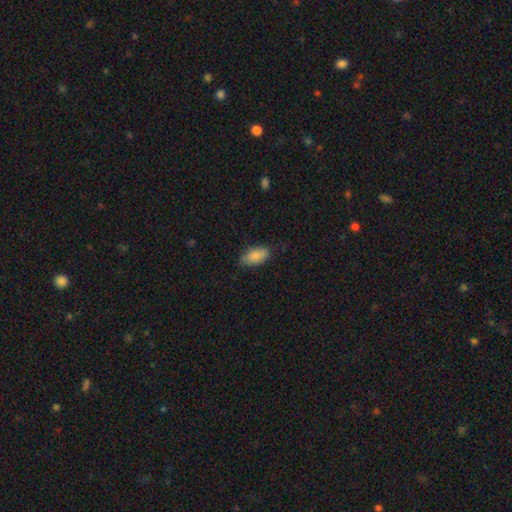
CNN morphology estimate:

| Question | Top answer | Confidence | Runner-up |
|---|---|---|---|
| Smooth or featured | smooth | 87% | star or artifact (7%) |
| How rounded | in between | 92% | cigar-shaped (6%) |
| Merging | none | 76% | minor disturbance (20%) |